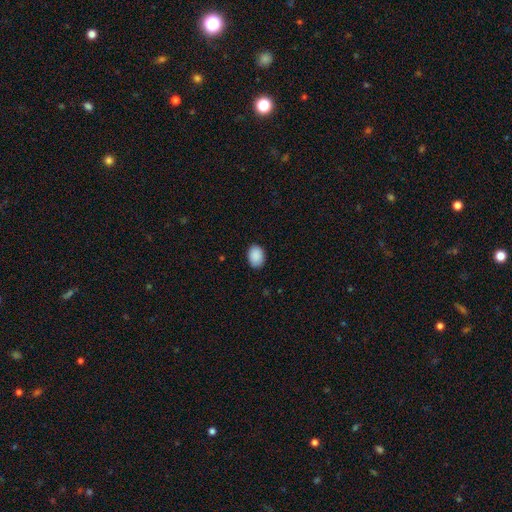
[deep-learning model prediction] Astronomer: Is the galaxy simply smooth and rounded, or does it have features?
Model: smooth — 91%.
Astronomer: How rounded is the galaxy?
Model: in between — 75%.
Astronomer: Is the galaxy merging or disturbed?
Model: none — 88%.